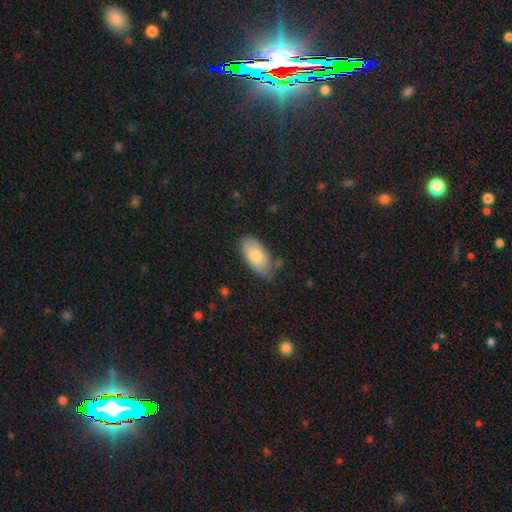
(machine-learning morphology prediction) smooth 77%, featured or disk 16%, star or artifact 6%. Down the decision tree: how rounded — in between (93%); merging — none (68%).